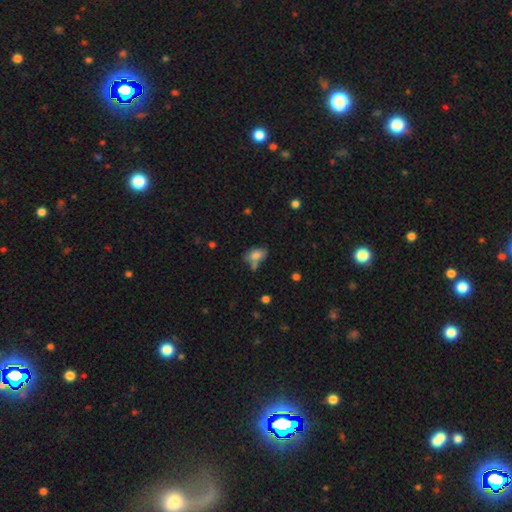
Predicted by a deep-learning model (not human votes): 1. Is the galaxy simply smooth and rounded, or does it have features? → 78% smooth, 11% featured or disk, 10% star or artifact.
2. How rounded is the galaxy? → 85% in between, 13% round, 2% cigar-shaped.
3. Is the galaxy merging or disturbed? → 48% none, 22% minor disturbance, 22% merger, 8% major disturbance.